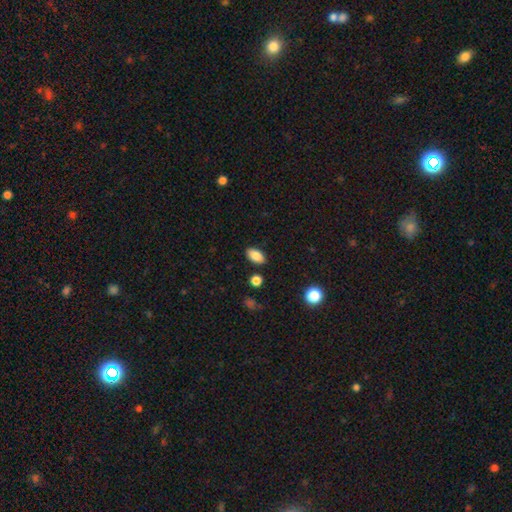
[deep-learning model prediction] The model was most divided on "merging": none: 86%, minor disturbance: 9%, merger: 2%, major disturbance: 2%. More confident: how rounded — in between (91%); smooth or featured — smooth (86%).